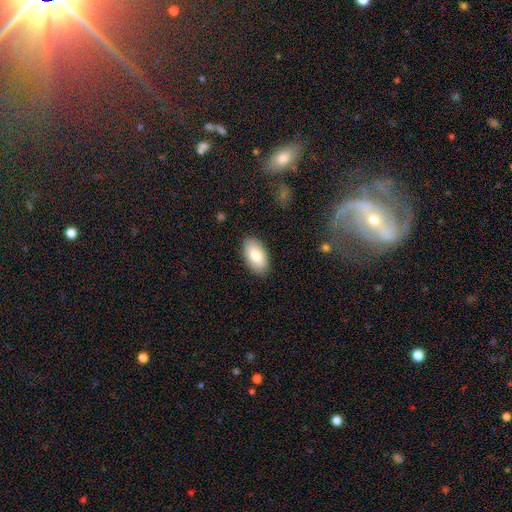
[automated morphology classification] This appears to be a smooth galaxy with no disk features (80%) that is in between round and cigar-shaped (95%). Merging: none (87%).